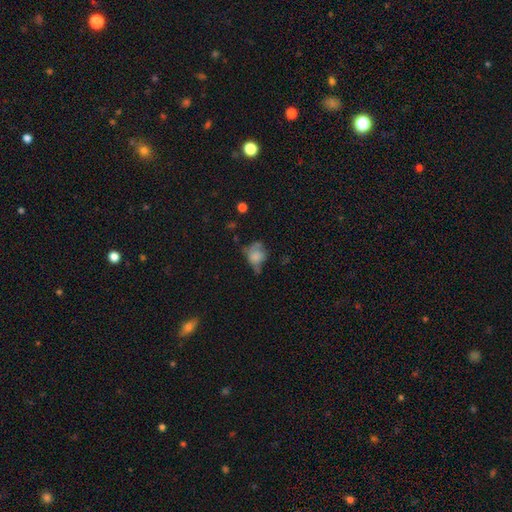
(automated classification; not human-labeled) Smooth or featured?
  - smooth: 67% *
  - featured or disk: 21%
  - star or artifact: 12%
How rounded?
  - round: 55% *
  - in between: 43%
  - cigar-shaped: 2%
Merging?
  - none: 31% *
  - minor disturbance: 30%
  - major disturbance: 25%
  - merger: 14%